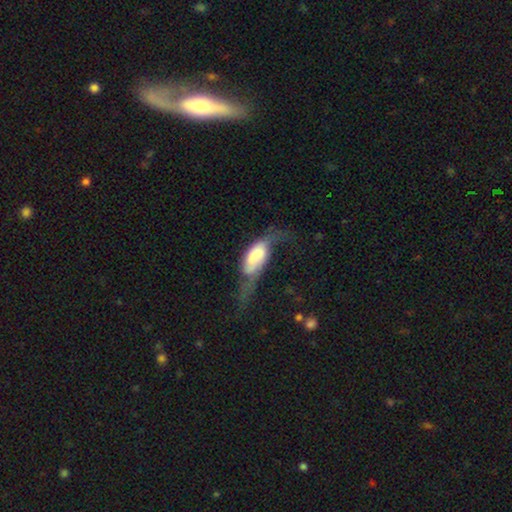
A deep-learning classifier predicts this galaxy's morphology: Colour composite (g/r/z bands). It shows a smooth galaxy with no disk features (49%). Merging: major disturbance (52%).